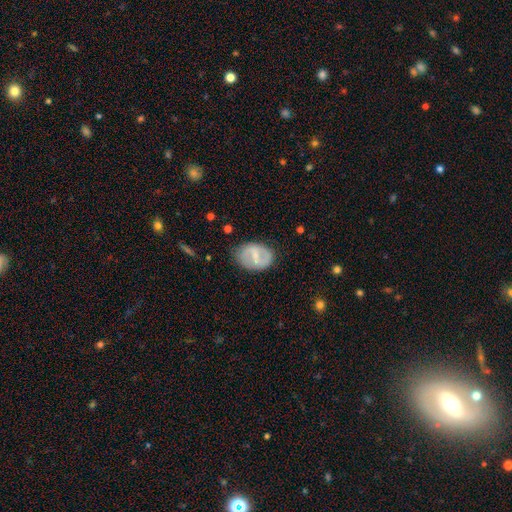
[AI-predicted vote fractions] Overall: featured or disk (61%; smooth 33%). Edge-on disk: no (96%). Bar: weak (44%; strong 43%). Spiral arms: yes (60%; no 40%). Bulge size: small (52%; moderate 24%). Merging: none (75%).